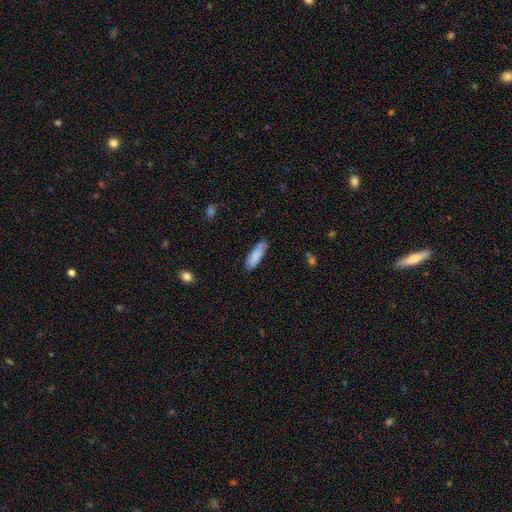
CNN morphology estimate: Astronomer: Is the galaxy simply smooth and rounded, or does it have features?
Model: smooth — 84%.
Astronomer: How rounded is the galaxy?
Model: in between — 54% (runner-up: cigar-shaped, 45%).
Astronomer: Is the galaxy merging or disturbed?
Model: none — 77%.